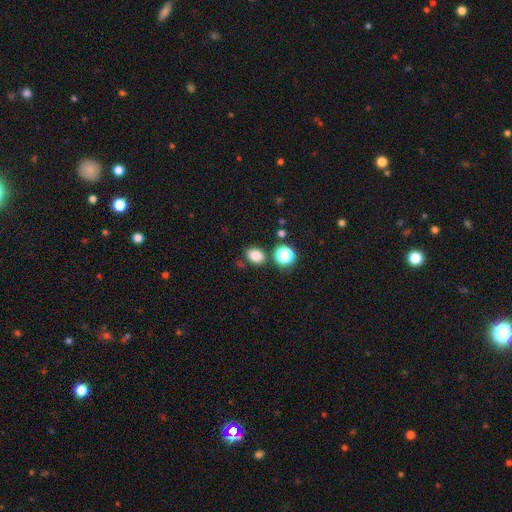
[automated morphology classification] Q: Smooth or featured?
A: smooth (81%); runner-up: star or artifact (14%)
Q: How rounded?
A: in between (56%); runner-up: round (43%)
Q: Merging?
A: none (78%); runner-up: minor disturbance (11%)